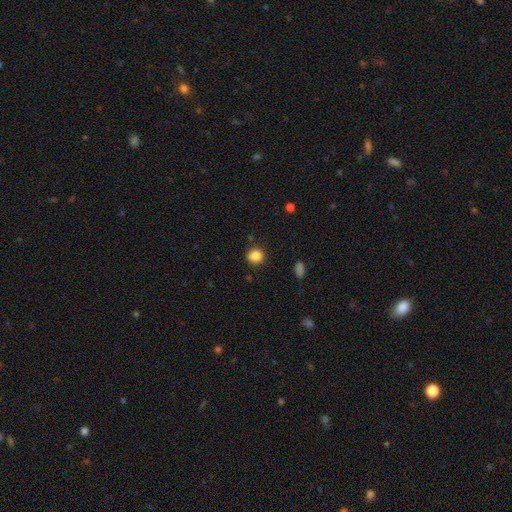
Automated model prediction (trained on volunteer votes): This is clearly a smooth galaxy (85%). How rounded: clearly round (87%). Merging: clearly none (86%).